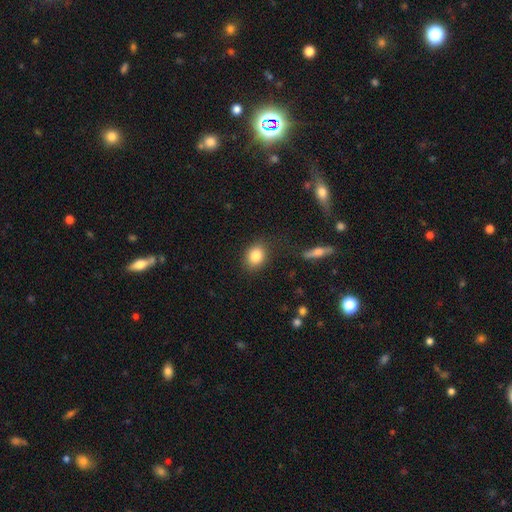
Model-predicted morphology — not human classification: This appears to be a smooth galaxy with no disk features (84%) that is in between round and cigar-shaped (51%). Merging: none (83%).